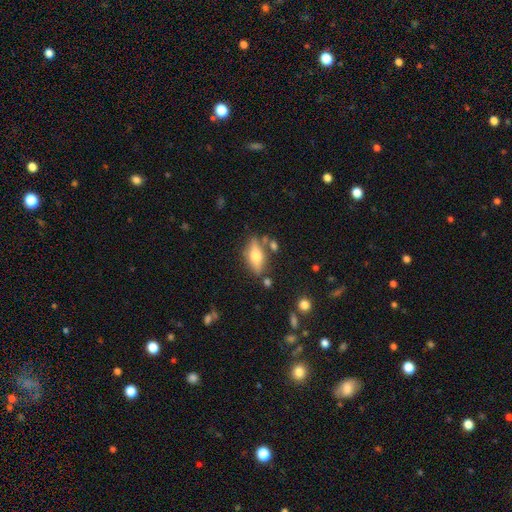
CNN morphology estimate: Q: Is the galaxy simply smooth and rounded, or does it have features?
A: smooth — 49%.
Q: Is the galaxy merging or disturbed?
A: none — 74%.